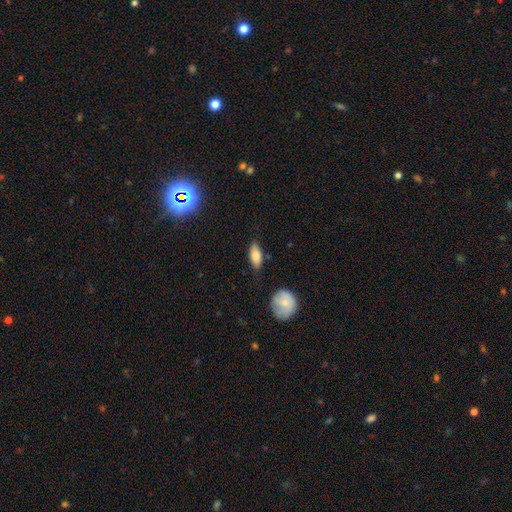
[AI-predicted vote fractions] Morphology: type=smooth (78%); roundness=in between (83%); merging=none (79%).